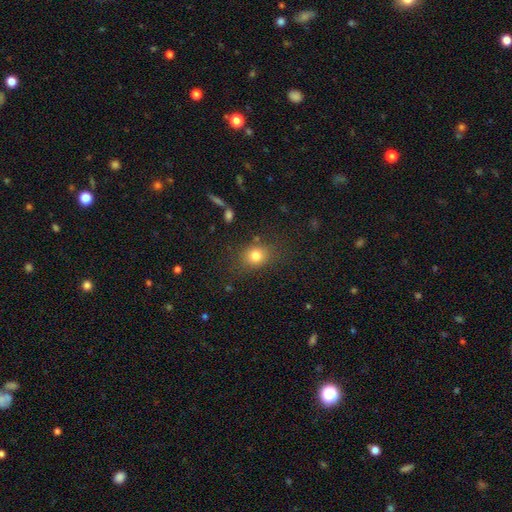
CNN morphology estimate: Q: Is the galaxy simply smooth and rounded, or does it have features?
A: smooth — 79%.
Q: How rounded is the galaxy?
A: round — 63%.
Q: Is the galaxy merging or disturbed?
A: none — 78%.